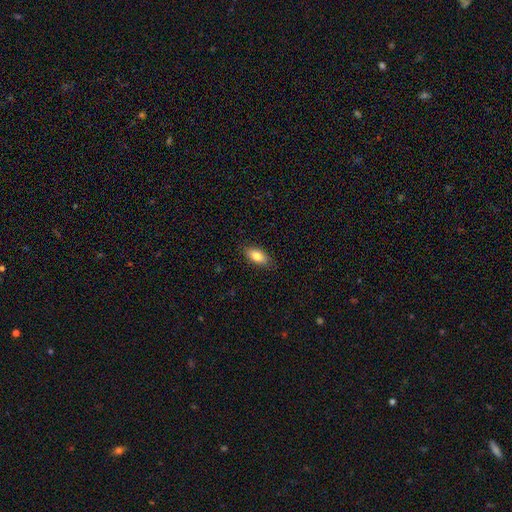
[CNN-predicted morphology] Smooth or featured? smooth (82%)
How rounded? in between (87%)
Merging? none (86%)